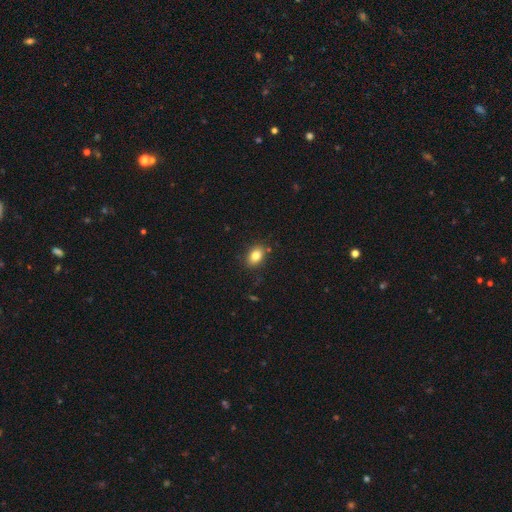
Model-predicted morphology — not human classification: smooth 82%, star or artifact 10%, featured or disk 9%. Down the decision tree: how rounded — in between (77%); merging — none (84%).